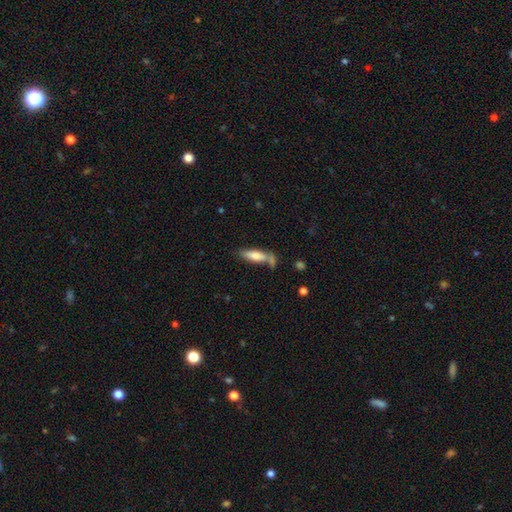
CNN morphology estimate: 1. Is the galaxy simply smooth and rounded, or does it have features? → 71% smooth, 22% featured or disk, 7% star or artifact.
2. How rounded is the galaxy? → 55% cigar-shaped, 43% in between, 2% round.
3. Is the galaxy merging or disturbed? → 54% none, 20% minor disturbance, 18% merger, 8% major disturbance.